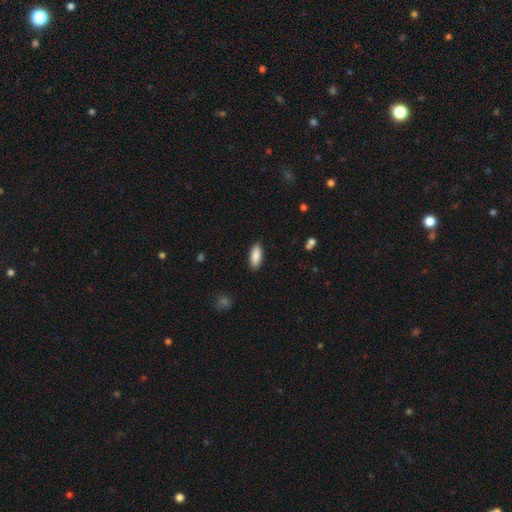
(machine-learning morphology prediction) A smooth galaxy with no disk features (89%) that is in between round and cigar-shaped (85%).

Vote fractions:
- Smooth or featured? smooth: 89% / star or artifact: 6% / featured or disk: 5%
- How rounded? in between: 85% / cigar-shaped: 14% / round: 2%
- Merging? none: 89% / minor disturbance: 8% / major disturbance: 2% / merger: 1%